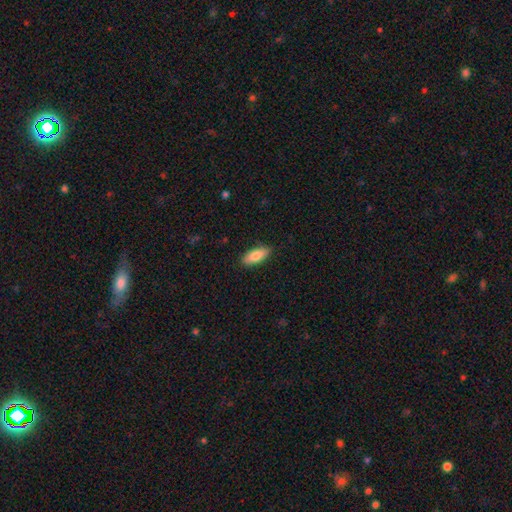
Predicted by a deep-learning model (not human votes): The model was most divided on "how rounded": in between: 74%, cigar-shaped: 24%, round: 2%. More confident: merging — none (88%); smooth or featured — smooth (81%).